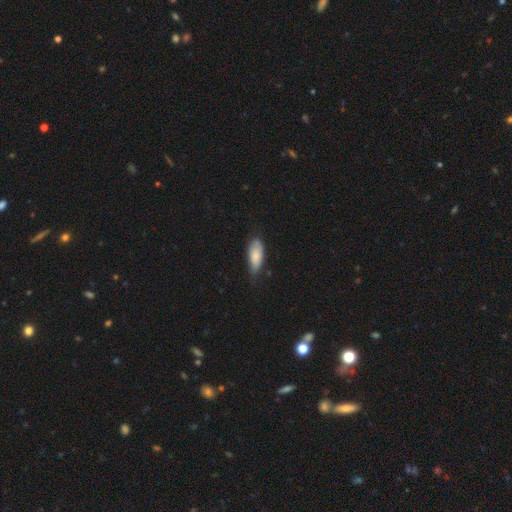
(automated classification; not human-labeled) This is likely a smooth galaxy (80%). How rounded: clearly in between (81%). Merging: likely none (60%).